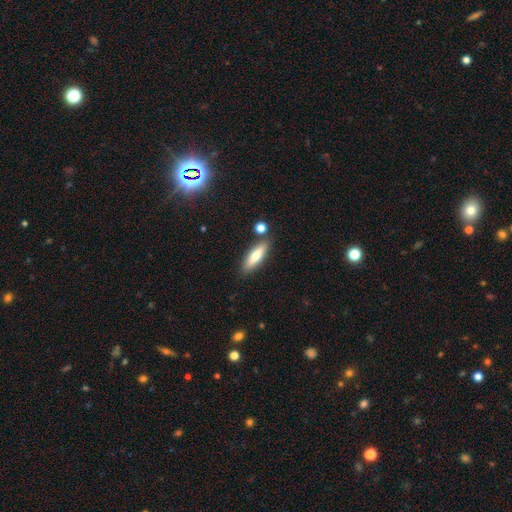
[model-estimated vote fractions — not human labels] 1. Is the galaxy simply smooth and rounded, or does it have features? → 71% smooth, 23% featured or disk, 7% star or artifact.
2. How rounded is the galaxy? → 59% cigar-shaped, 39% in between, 2% round.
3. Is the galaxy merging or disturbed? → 81% none, 10% minor disturbance, 6% merger, 2% major disturbance.